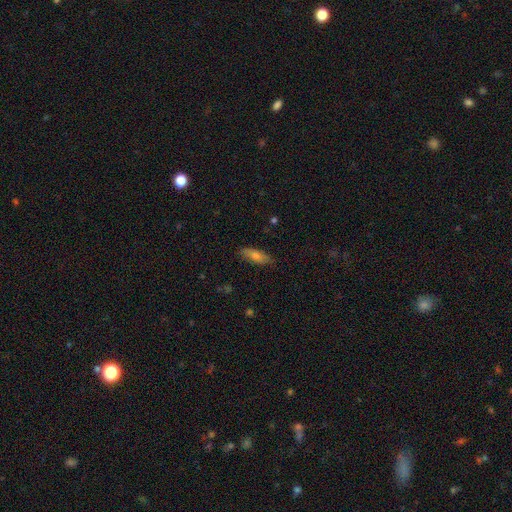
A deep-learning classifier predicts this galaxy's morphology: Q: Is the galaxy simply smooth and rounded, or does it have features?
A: smooth — 68%.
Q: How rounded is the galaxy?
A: in between — 53%.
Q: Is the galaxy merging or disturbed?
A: none — 85%.